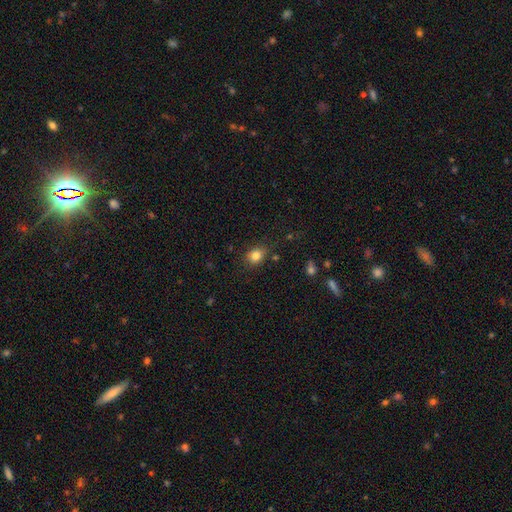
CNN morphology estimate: Q: Smooth or featured?
A: smooth (82%); runner-up: star or artifact (11%)
Q: How rounded?
A: round (53%); runner-up: in between (46%)
Q: Merging?
A: none (80%); runner-up: minor disturbance (14%)